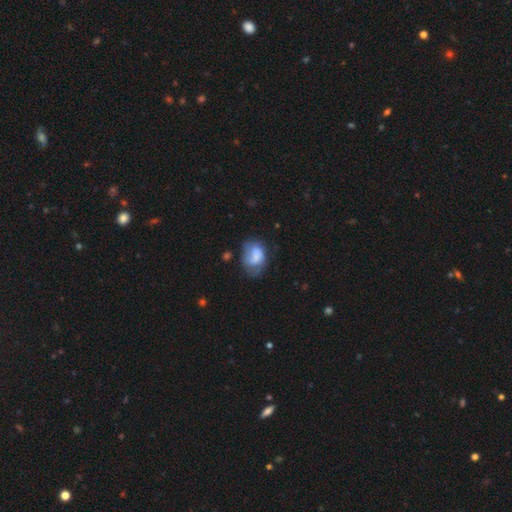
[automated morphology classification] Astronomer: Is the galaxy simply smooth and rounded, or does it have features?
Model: smooth — 58% (runner-up: featured or disk, 34%).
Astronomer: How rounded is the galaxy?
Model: in between — 68%.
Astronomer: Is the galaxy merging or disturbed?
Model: none — 39% (runner-up: minor disturbance, 32%).